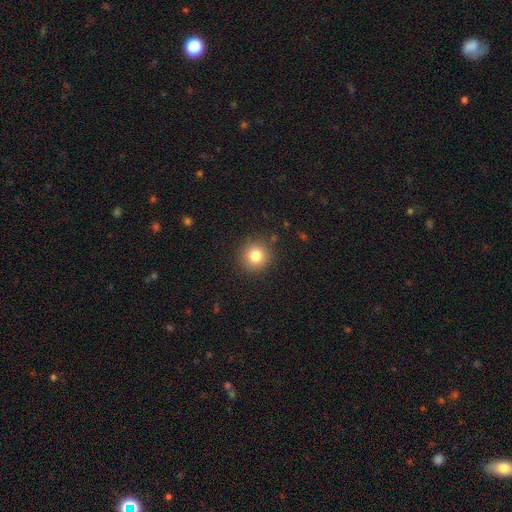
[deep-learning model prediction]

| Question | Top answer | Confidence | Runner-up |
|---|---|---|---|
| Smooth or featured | smooth | 81% | star or artifact (11%) |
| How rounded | round | 94% | in between (5%) |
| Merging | none | 90% | minor disturbance (7%) |